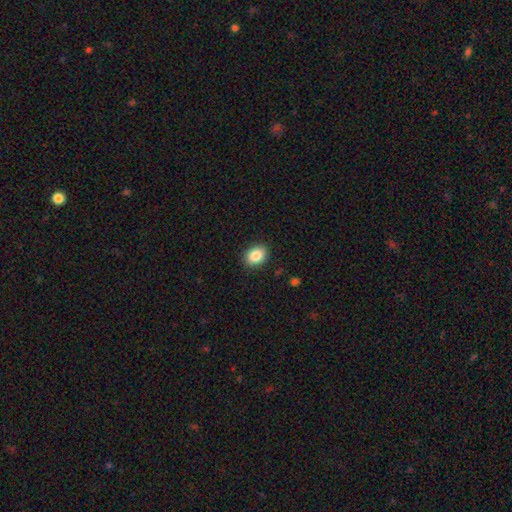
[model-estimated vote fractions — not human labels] Smooth or featured?
  - smooth: 87% *
  - star or artifact: 8%
  - featured or disk: 5%
How rounded?
  - in between: 70% *
  - round: 29%
  - cigar-shaped: 1%
Merging?
  - none: 89% *
  - minor disturbance: 8%
  - major disturbance: 2%
  - merger: 1%